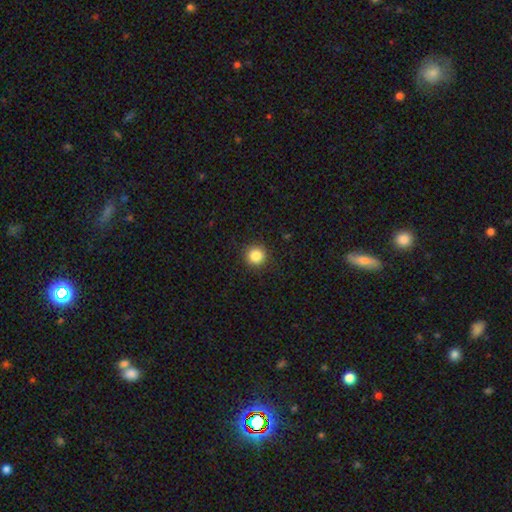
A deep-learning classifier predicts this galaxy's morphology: Q: Smooth or featured?
A: smooth (85%); runner-up: star or artifact (11%)
Q: How rounded?
A: round (94%); runner-up: in between (5%)
Q: Merging?
A: none (91%); runner-up: minor disturbance (6%)